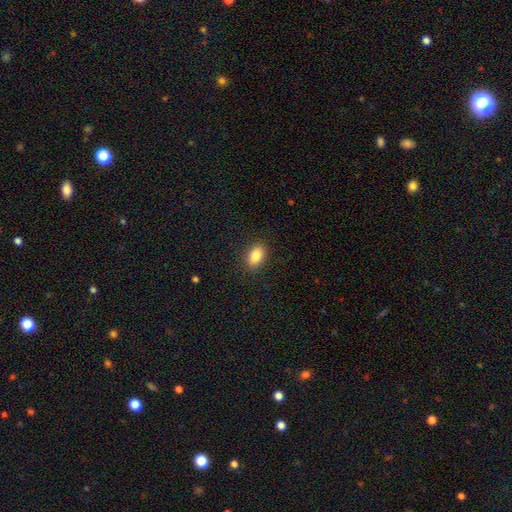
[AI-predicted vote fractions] smooth 86%, star or artifact 8%, featured or disk 6%. Down the decision tree: how rounded — in between (88%); merging — none (88%).